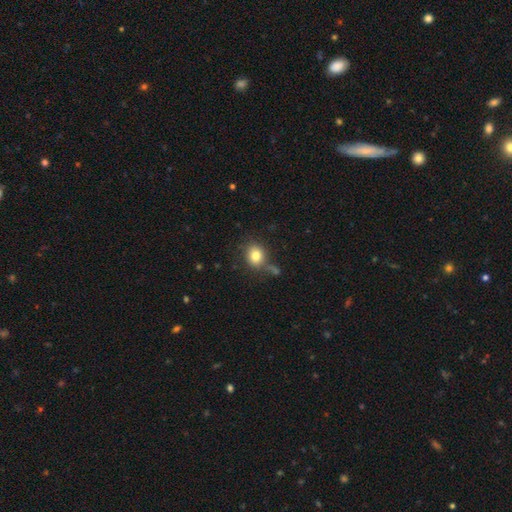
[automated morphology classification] Smooth or featured? Predicted: smooth (p=0.81). How rounded? Predicted: round (p=0.65). Merging? Predicted: none (p=0.69).